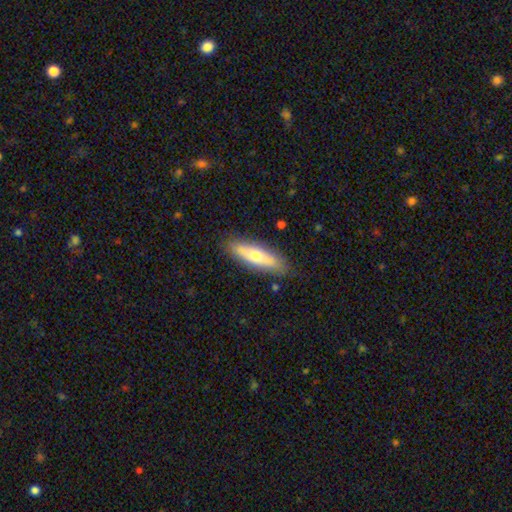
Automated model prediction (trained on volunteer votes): Overall: smooth (60%; featured or disk 34%). How rounded: cigar-shaped (59%; in between 39%). Merging: none (83%).